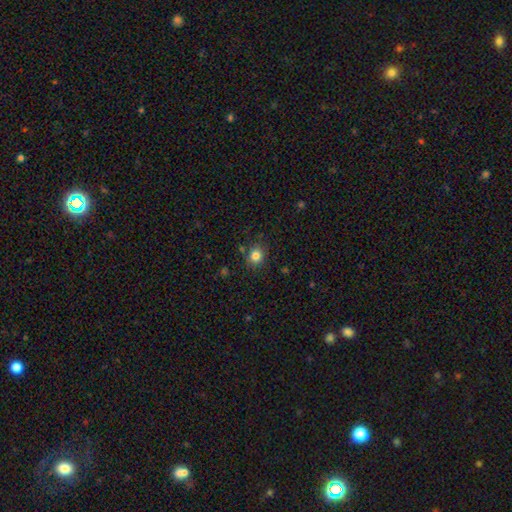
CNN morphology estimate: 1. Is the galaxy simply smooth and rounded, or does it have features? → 82% smooth, 12% star or artifact, 6% featured or disk.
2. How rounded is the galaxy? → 79% round, 21% in between, 1% cigar-shaped.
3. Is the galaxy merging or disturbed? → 83% none, 10% minor disturbance, 4% merger, 3% major disturbance.